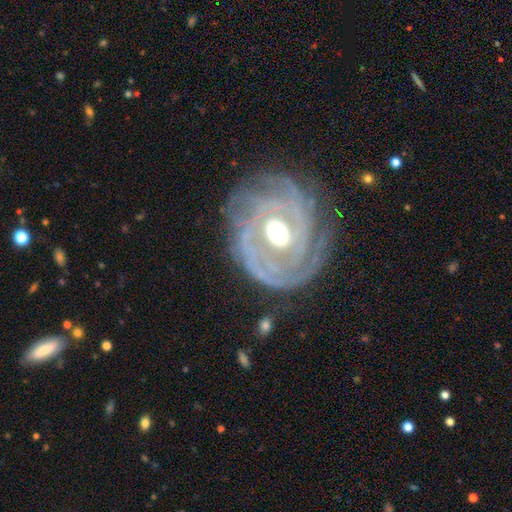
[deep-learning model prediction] The model was most divided on "bar": no: 39%, weak: 35%, strong: 25%. Remaining: edge-on disk — no (97%); spiral arms — yes (96%); smooth or featured — featured or disk (89%); spiral winding — tight (79%); merging — none (77%); bulge size — moderate (74%); spiral arm count — 3 (27%).